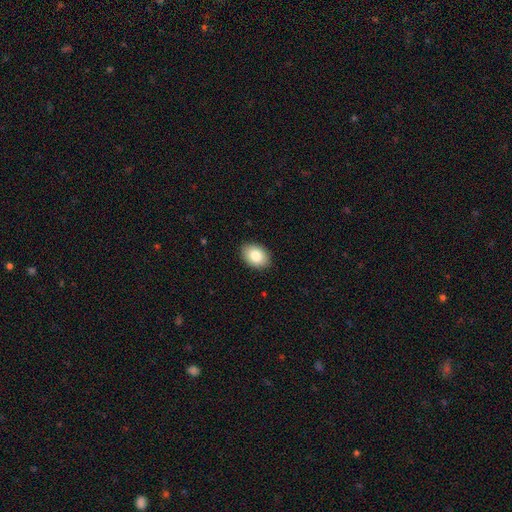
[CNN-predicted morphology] Smooth or featured? Predicted: smooth (p=0.84). How rounded? Predicted: in between (p=0.81). Merging? Predicted: none (p=0.89).